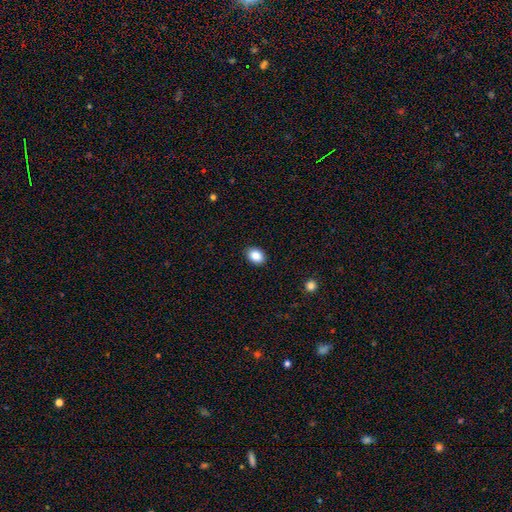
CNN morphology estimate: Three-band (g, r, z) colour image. It shows a smooth galaxy with no disk features (88%) that is in between round and cigar-shaped (71%). Merging: none (89%).